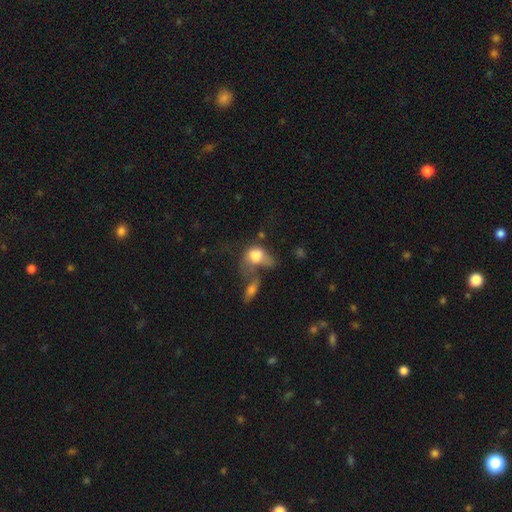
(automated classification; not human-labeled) Smooth or featured? smooth (68%)
How rounded? in between (72%)
Merging? merger (49%)